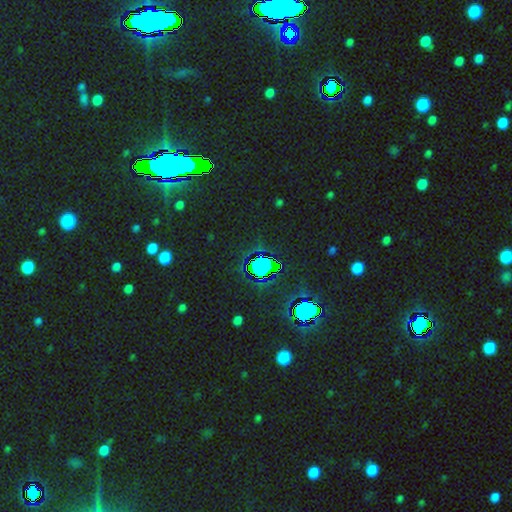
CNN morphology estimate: smooth-or-featured: star or artifact: 84% | smooth: 9% | featured or disk: 7%